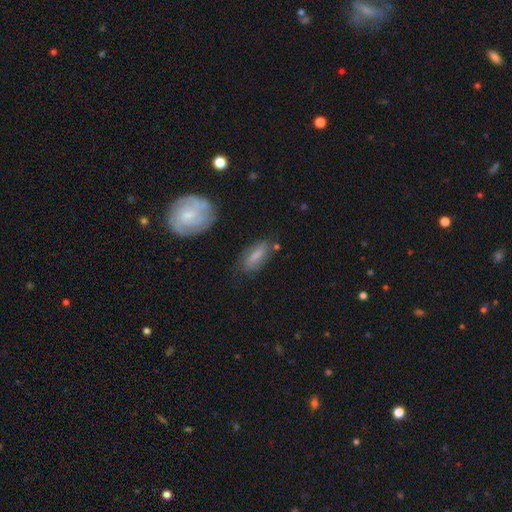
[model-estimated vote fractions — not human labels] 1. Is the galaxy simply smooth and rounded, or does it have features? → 69% smooth, 23% featured or disk, 8% star or artifact.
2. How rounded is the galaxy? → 61% in between, 36% cigar-shaped, 3% round.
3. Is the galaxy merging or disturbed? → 71% none, 20% minor disturbance, 6% major disturbance, 4% merger.